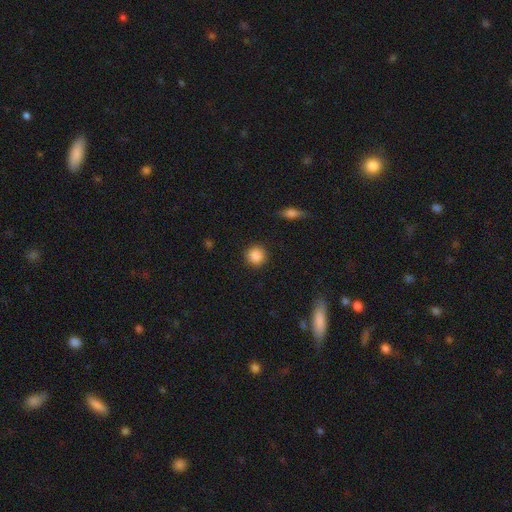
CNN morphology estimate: Smooth or featured?
  - smooth: 87% *
  - star or artifact: 9%
  - featured or disk: 4%
How rounded?
  - round: 93% *
  - in between: 6%
  - cigar-shaped: 1%
Merging?
  - none: 90% *
  - minor disturbance: 6%
  - major disturbance: 2%
  - merger: 1%